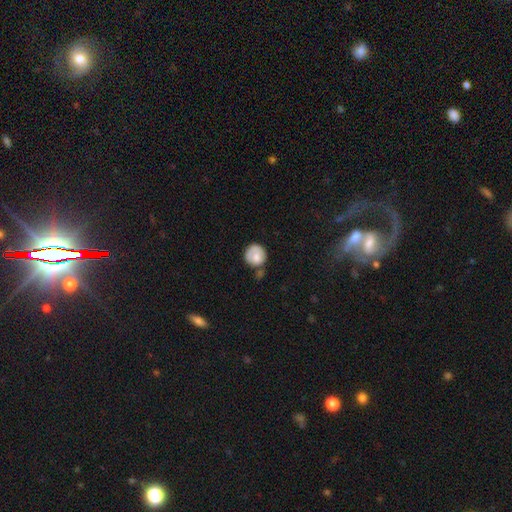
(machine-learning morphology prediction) smooth_or_featured: smooth (p=0.65) [alt: featured or disk p=0.28]
how_rounded: round (p=0.86) [alt: in between p=0.13]
merging: none (p=0.56) [alt: minor disturbance p=0.22]